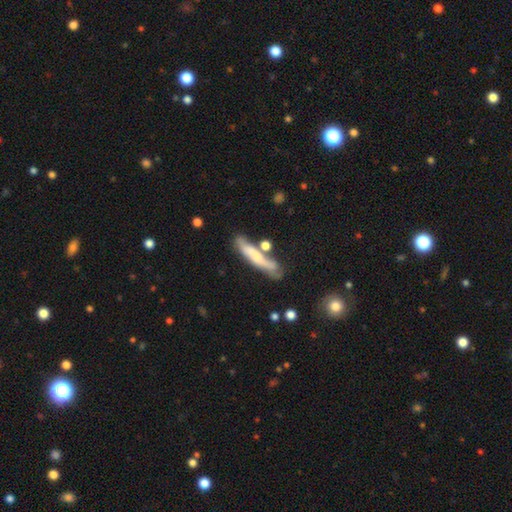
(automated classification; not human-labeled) smooth 51%, featured or disk 42%, star or artifact 7%. Down the decision tree: how rounded — cigar-shaped (82%); merging — none (49%).